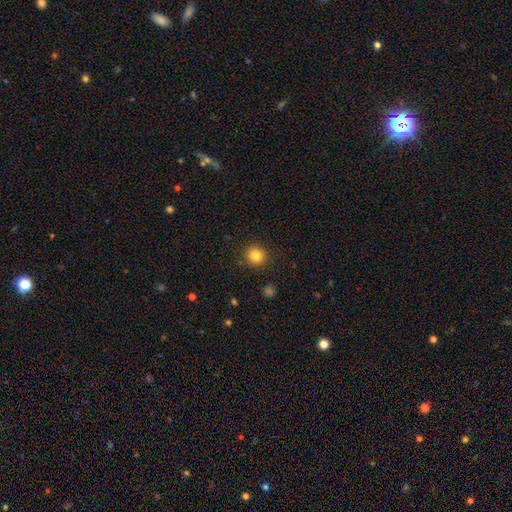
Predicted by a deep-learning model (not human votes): Smooth or featured?
  - smooth: 83% *
  - star or artifact: 11%
  - featured or disk: 6%
How rounded?
  - round: 91% *
  - in between: 8%
  - cigar-shaped: 1%
Merging?
  - none: 91% *
  - minor disturbance: 6%
  - major disturbance: 2%
  - merger: 1%